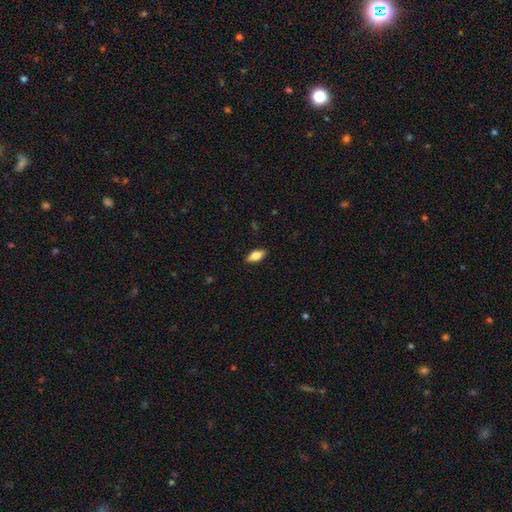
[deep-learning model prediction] smooth_or_featured: smooth (p=0.74) [alt: featured or disk p=0.19]
how_rounded: in between (p=0.84) [alt: cigar-shaped p=0.13]
merging: none (p=0.89) [alt: minor disturbance p=0.08]